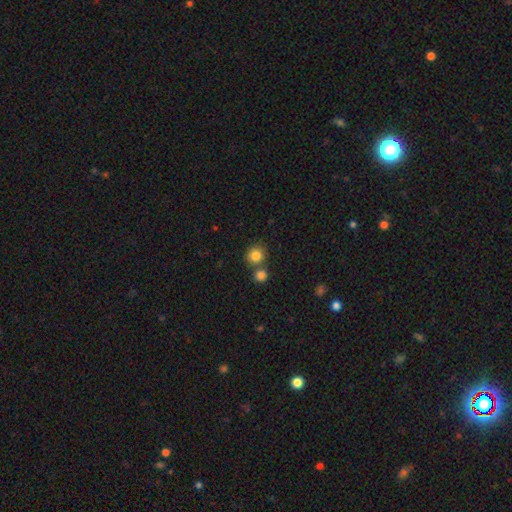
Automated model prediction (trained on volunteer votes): Overall: smooth (84%). How rounded: round (86%). Merging: none (64%; merger 25%).